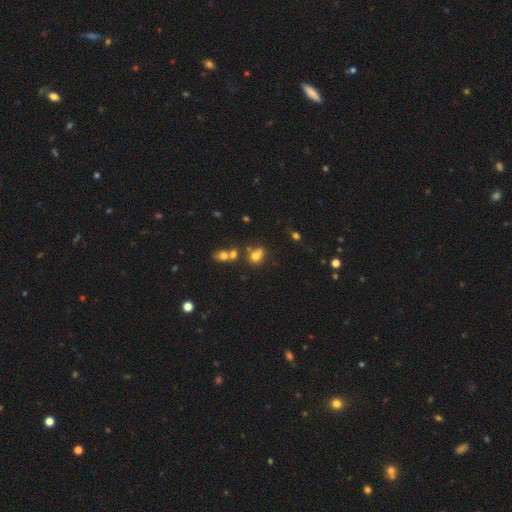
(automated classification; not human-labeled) A smooth galaxy with no disk features (70%) that is round (57%). Merging: none (46%).